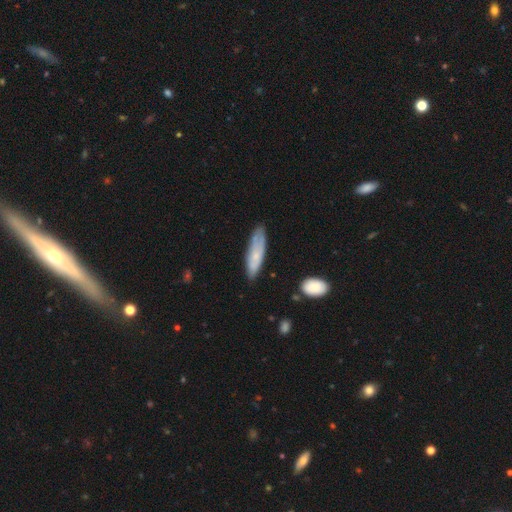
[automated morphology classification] This is likely a smooth galaxy (63%). How rounded: possibly cigar-shaped (56%). Merging: likely none (63%).